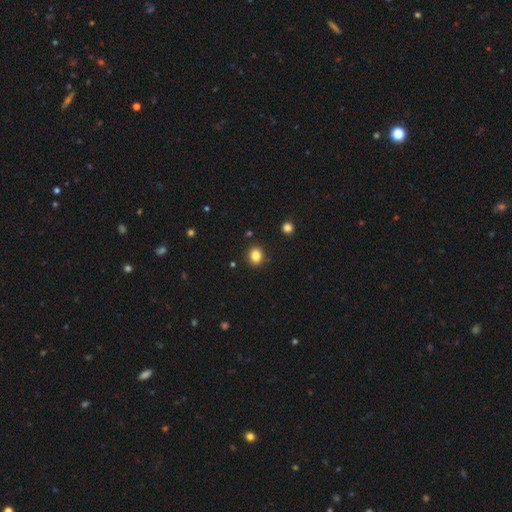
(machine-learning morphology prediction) A smooth galaxy with no disk features (84%) that is round (59%).

Vote fractions:
- Smooth or featured? smooth: 84% / star or artifact: 11% / featured or disk: 5%
- How rounded? round: 59% / in between: 40% / cigar-shaped: 1%
- Merging? none: 89% / minor disturbance: 7% / major disturbance: 2% / merger: 2%